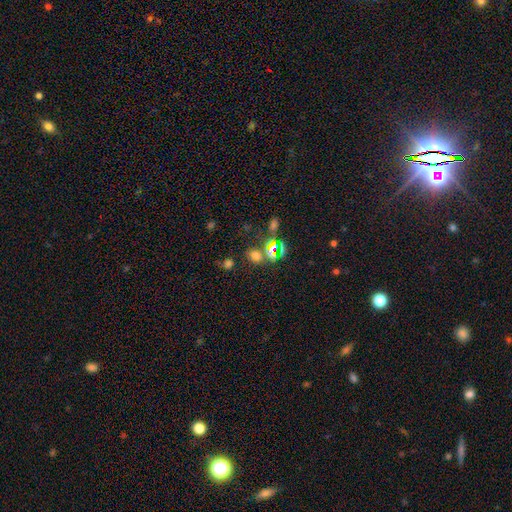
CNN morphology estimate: smooth 54%, star or artifact 39%, featured or disk 7%. Down the decision tree: how rounded — in between (49%, tied with round); merging — none (71%).